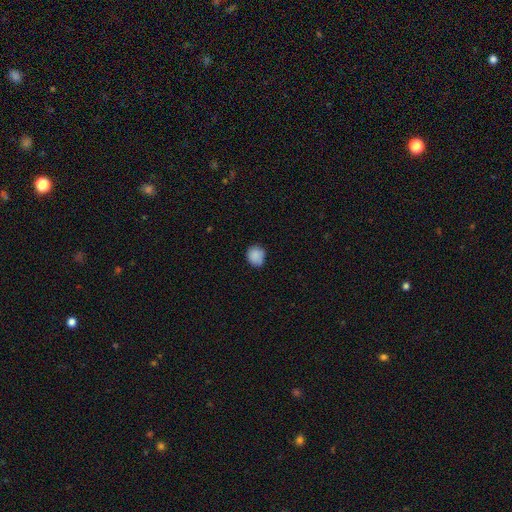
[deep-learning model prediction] smooth 88%, star or artifact 9%, featured or disk 4%. Down the decision tree: how rounded — round (76%); merging — none (77%).